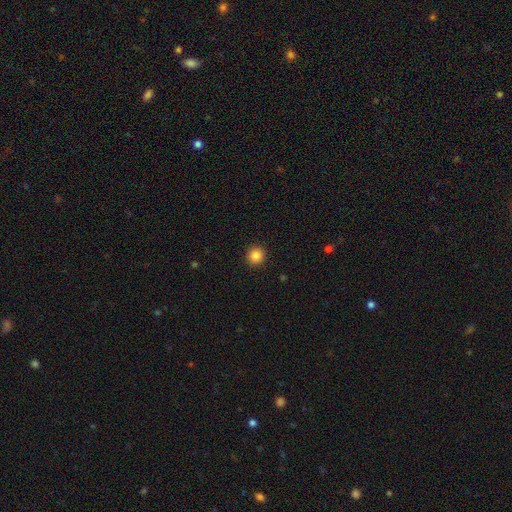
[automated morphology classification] Q: Smooth or featured?
A: smooth (86%); runner-up: star or artifact (10%)
Q: How rounded?
A: round (94%); runner-up: in between (5%)
Q: Merging?
A: none (93%); runner-up: minor disturbance (5%)